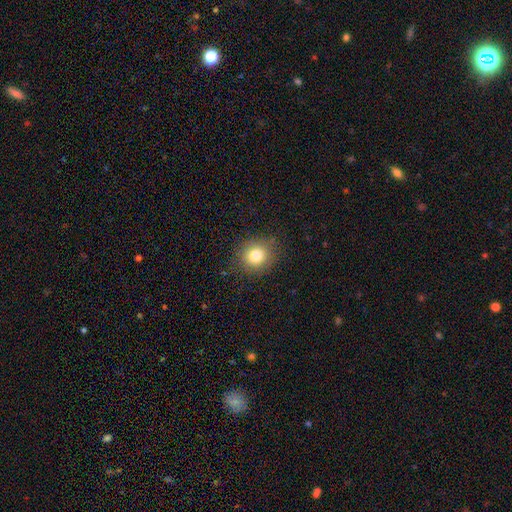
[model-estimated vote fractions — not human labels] Smooth or featured? smooth (80%)
How rounded? round (83%)
Merging? none (86%)